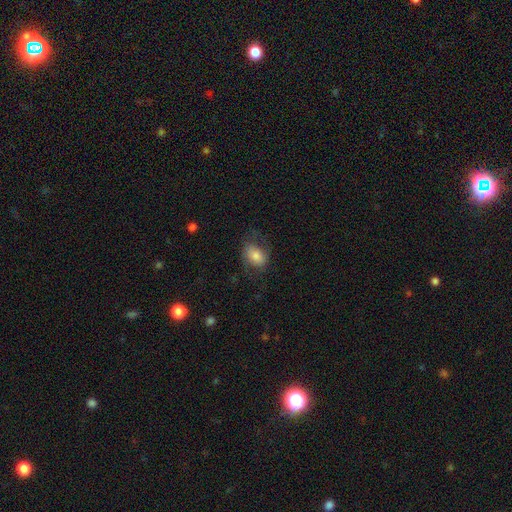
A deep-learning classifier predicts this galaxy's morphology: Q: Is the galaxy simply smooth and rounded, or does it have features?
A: smooth — 68%.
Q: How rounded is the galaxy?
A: in between — 75%.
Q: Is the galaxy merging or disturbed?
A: none — 61%.